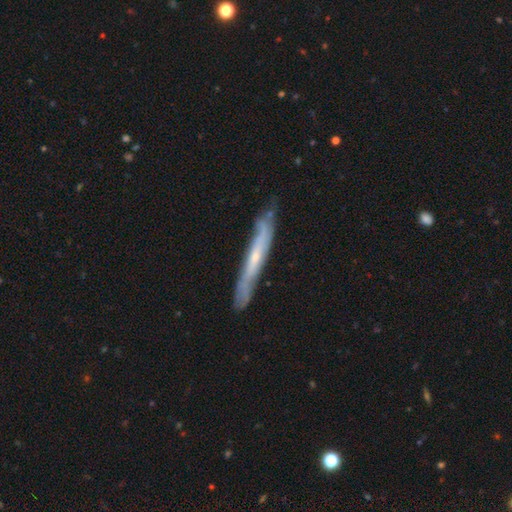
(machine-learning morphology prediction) A featured or disk galaxy (67%) viewed edge-on (77%) with no central bulge (54%). Merging: none (74%).